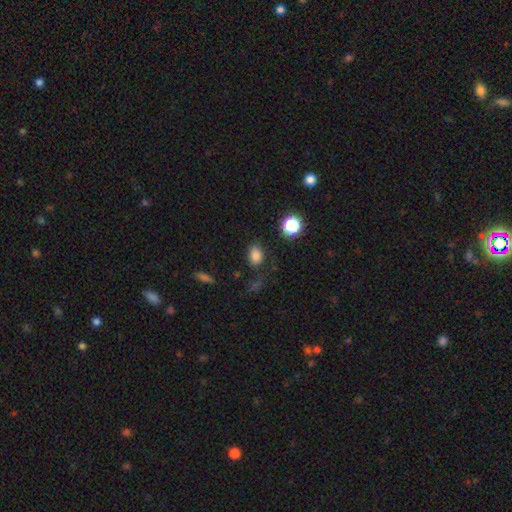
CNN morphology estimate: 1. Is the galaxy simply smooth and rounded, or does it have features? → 81% smooth, 13% star or artifact, 6% featured or disk.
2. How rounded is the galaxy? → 73% in between, 26% round, 1% cigar-shaped.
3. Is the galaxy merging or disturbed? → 72% none, 17% minor disturbance, 7% major disturbance, 4% merger.